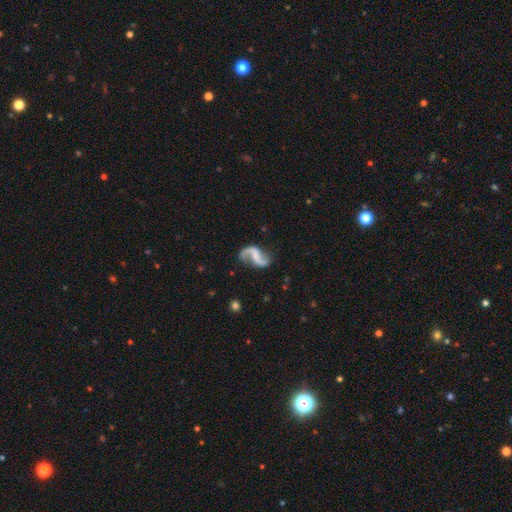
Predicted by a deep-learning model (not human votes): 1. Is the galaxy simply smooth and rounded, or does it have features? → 90% featured or disk, 6% smooth, 5% star or artifact.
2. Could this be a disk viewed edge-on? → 98% no, 2% yes.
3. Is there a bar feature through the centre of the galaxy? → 41% no, 39% weak, 20% strong.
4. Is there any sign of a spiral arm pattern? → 97% yes, 3% no.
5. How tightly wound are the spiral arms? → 77% loose, 19% medium, 4% tight.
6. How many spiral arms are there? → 93% 2, 3% 1, 1% can't tell, 1% 3, 1% 4, 1% more than 4.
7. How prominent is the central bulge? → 58% none, 22% small, 14% moderate, 4% large, 1% dominant.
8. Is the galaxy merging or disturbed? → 74% none, 15% minor disturbance, 8% major disturbance, 3% merger.